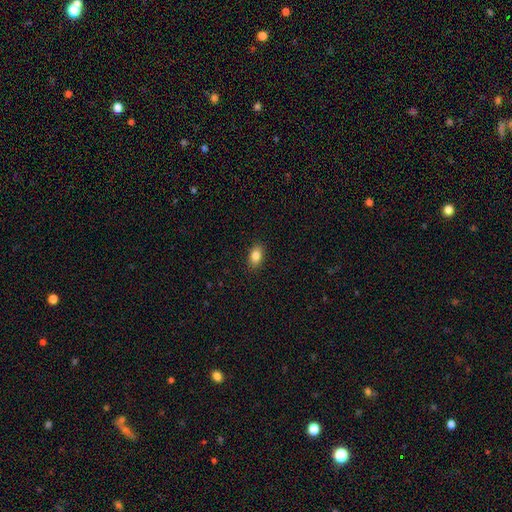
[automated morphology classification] Smooth or featured? smooth (85%)
How rounded? in between (88%)
Merging? none (89%)